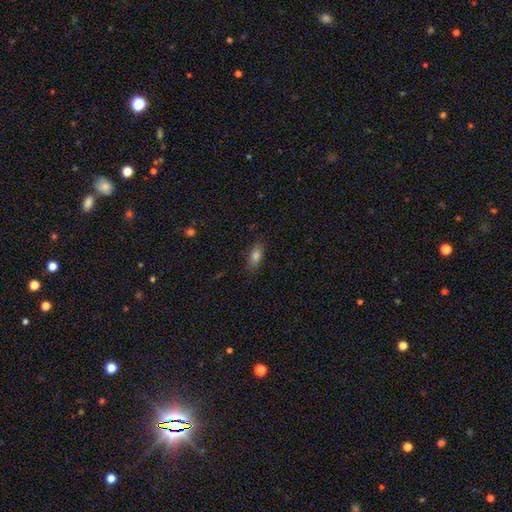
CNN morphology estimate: This appears to be a smooth galaxy with no disk features (76%) that is in between round and cigar-shaped (77%). Merging: none (84%).